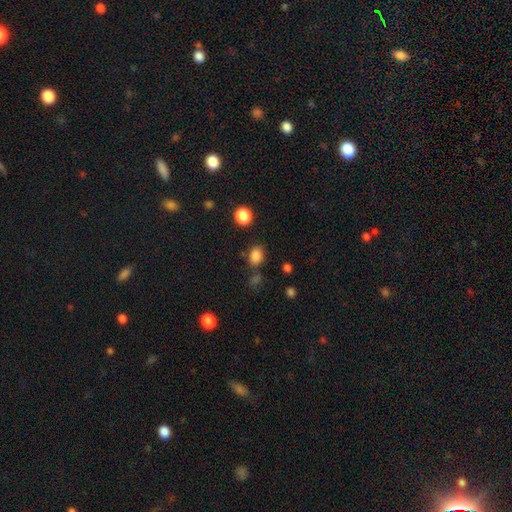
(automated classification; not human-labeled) Smooth or featured? smooth (83%)
How rounded? in between (65%)
Merging? none (75%)